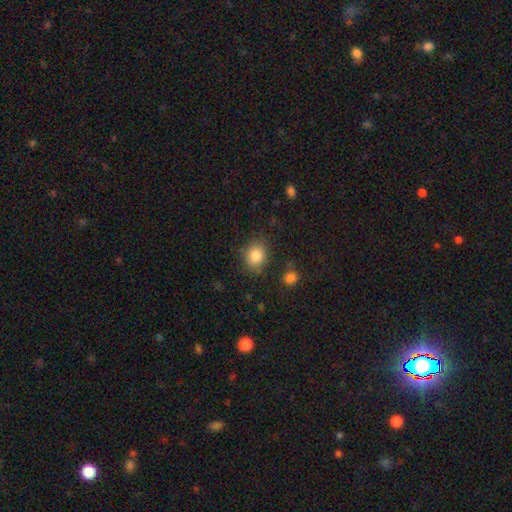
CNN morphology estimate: Overall: smooth (84%). How rounded: round (59%; in between 40%). Merging: none (77%).